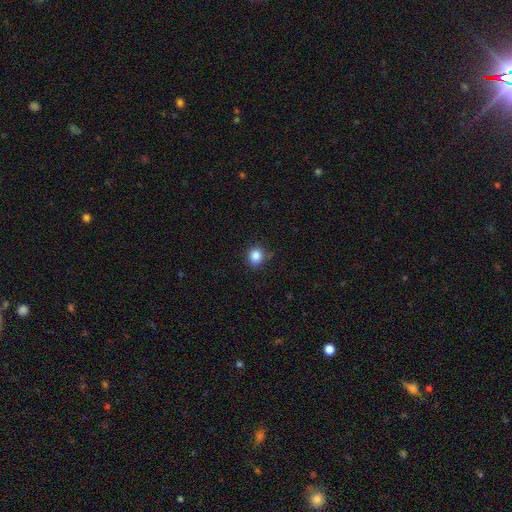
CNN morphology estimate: This appears to be a smooth galaxy with no disk features (86%) that is round (83%). Merging: none (81%).